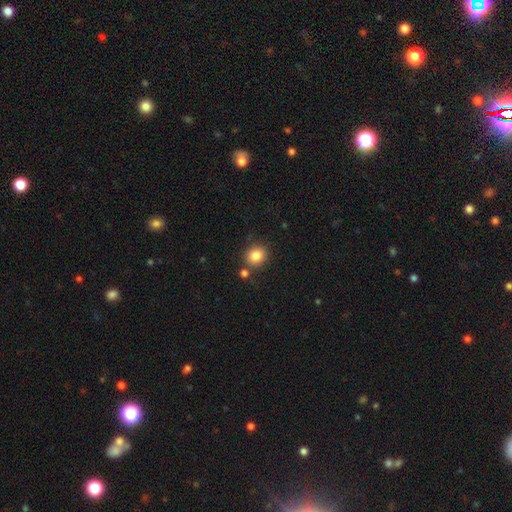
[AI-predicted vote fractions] This is clearly a smooth galaxy (84%). How rounded: likely round (79%). Merging: likely none (76%).